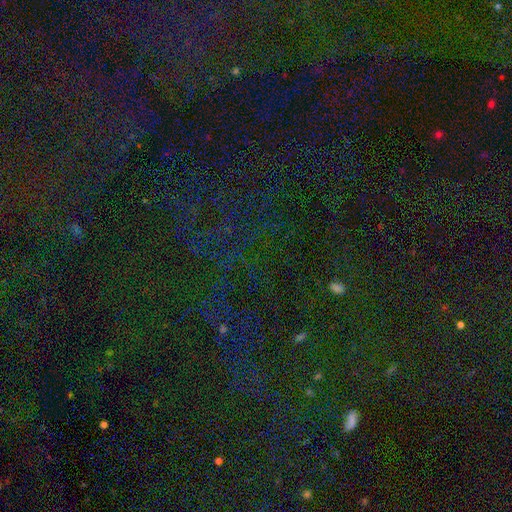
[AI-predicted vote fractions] This is likely a star or artifact rather than a galaxy (80%).